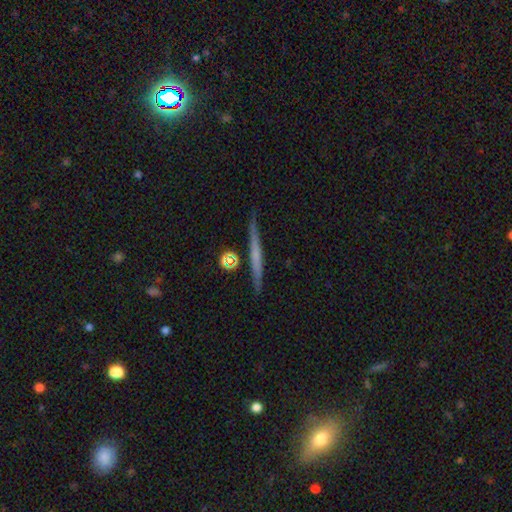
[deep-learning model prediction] Smooth or featured? featured or disk (50%)
Edge-on disk? yes (96%)
Merging? none (87%)